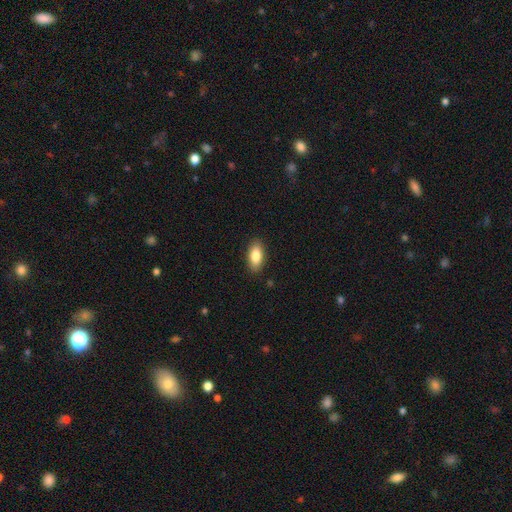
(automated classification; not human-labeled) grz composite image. It shows a smooth galaxy with no disk features (84%) that is in between round and cigar-shaped (89%). Merging: none (88%).